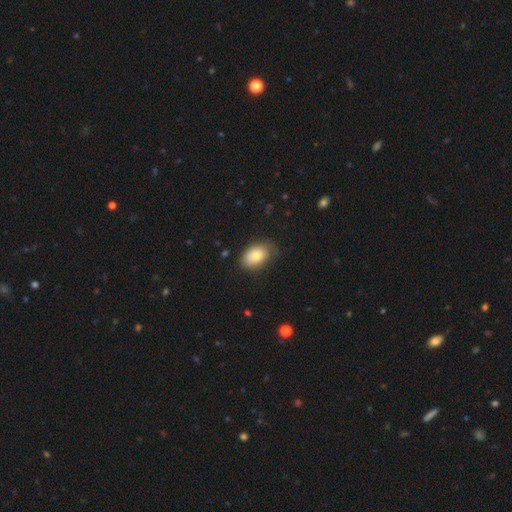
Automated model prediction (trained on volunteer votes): Smooth or featured?
  - smooth: 80% *
  - featured or disk: 12%
  - star or artifact: 7%
How rounded?
  - in between: 89% *
  - round: 10%
  - cigar-shaped: 1%
Merging?
  - none: 69% *
  - minor disturbance: 24%
  - major disturbance: 6%
  - merger: 1%